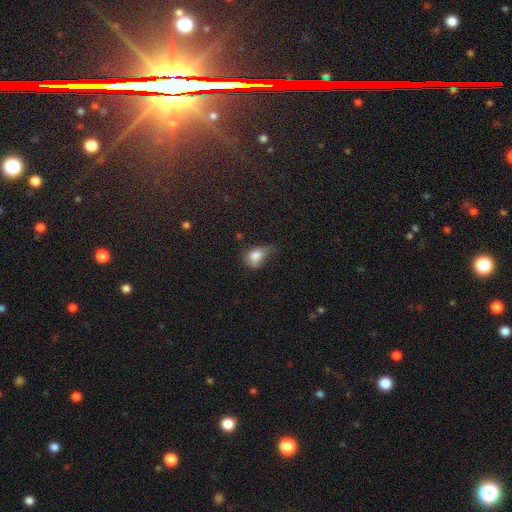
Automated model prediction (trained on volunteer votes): A smooth galaxy with no disk features (78%) that is in between round and cigar-shaped (74%). Merging: minor disturbance (40%).